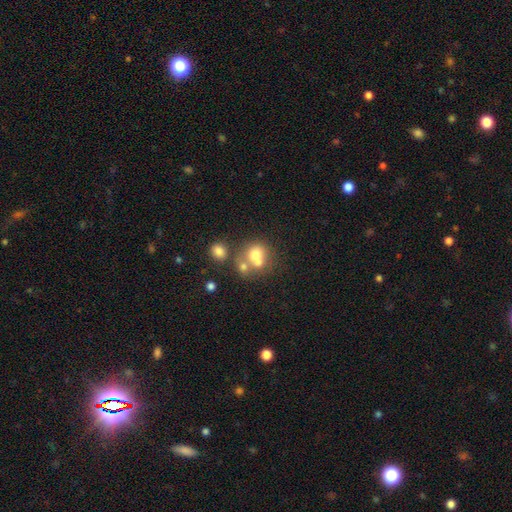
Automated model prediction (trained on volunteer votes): smooth_or_featured: smooth (p=0.66) [alt: featured or disk p=0.21]
how_rounded: round (p=0.72) [alt: in between p=0.27]
merging: merger (p=0.54) [alt: none p=0.33]